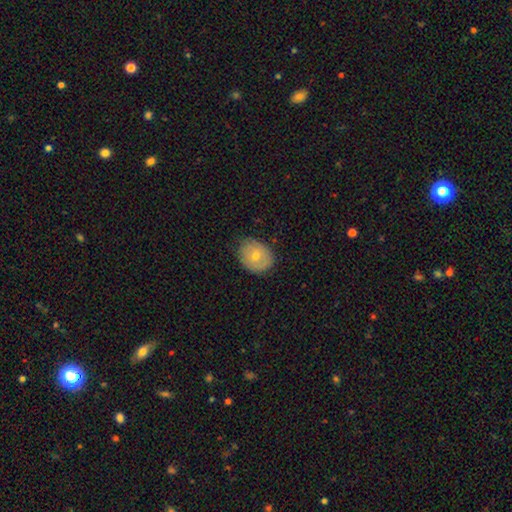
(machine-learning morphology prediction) Smooth or featured? Predicted: smooth (p=0.62). How rounded? Predicted: round (p=0.56). Merging? Predicted: none (p=0.77).